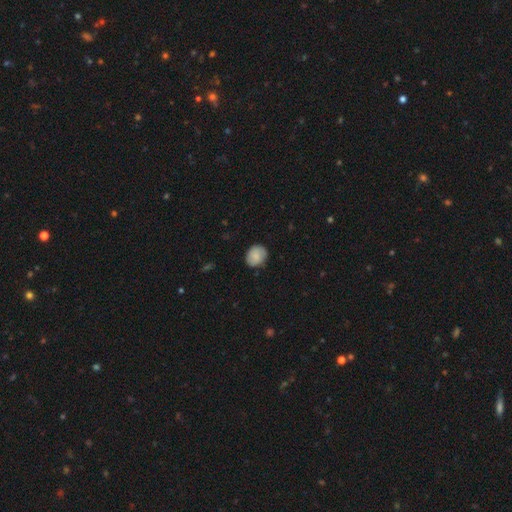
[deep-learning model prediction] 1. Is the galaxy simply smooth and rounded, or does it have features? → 81% smooth, 11% featured or disk, 7% star or artifact.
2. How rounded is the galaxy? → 65% round, 34% in between, 1% cigar-shaped.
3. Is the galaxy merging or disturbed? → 80% none, 16% minor disturbance, 3% major disturbance, 1% merger.